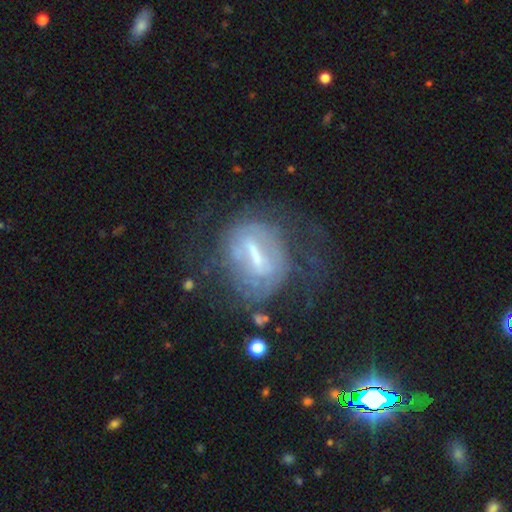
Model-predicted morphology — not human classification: Q: Smooth or featured?
A: featured or disk (69%); runner-up: smooth (21%)
Q: Edge-on disk?
A: no (92%); runner-up: yes (8%)
Q: Bar?
A: strong (49%); runner-up: weak (37%)
Q: Spiral arms?
A: yes (55%); runner-up: no (45%)
Q: Bulge size?
A: small (40%); runner-up: moderate (31%)
Q: Merging?
A: none (48%); runner-up: major disturbance (27%)